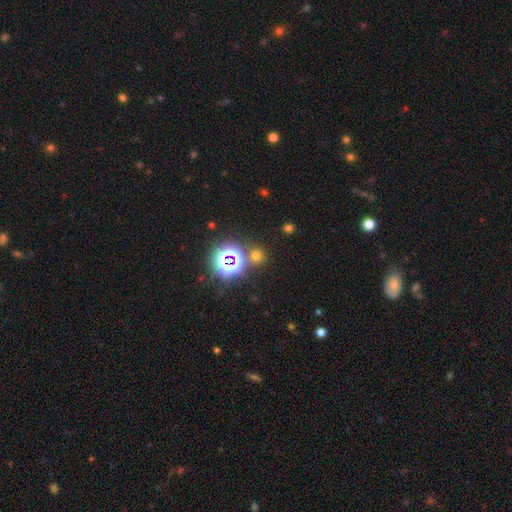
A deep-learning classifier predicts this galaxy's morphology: Smooth or featured?
  - smooth: 57% *
  - star or artifact: 37%
  - featured or disk: 6%
How rounded?
  - round: 90% *
  - in between: 9%
  - cigar-shaped: 1%
Merging?
  - none: 79% *
  - merger: 11%
  - minor disturbance: 7%
  - major disturbance: 3%